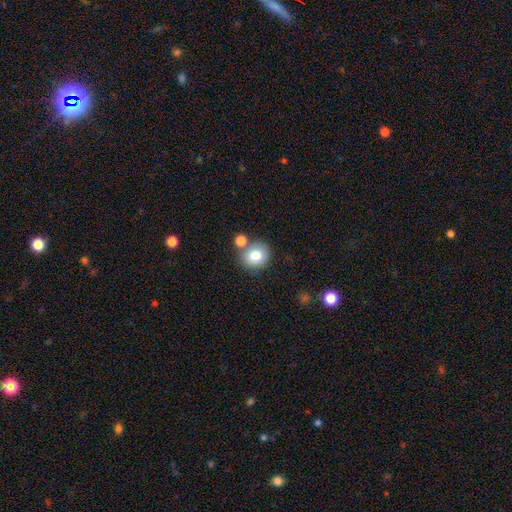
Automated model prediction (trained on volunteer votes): Smooth or featured? Predicted: smooth (p=0.78). How rounded? Predicted: round (p=0.78). Merging? Predicted: none (p=0.68).